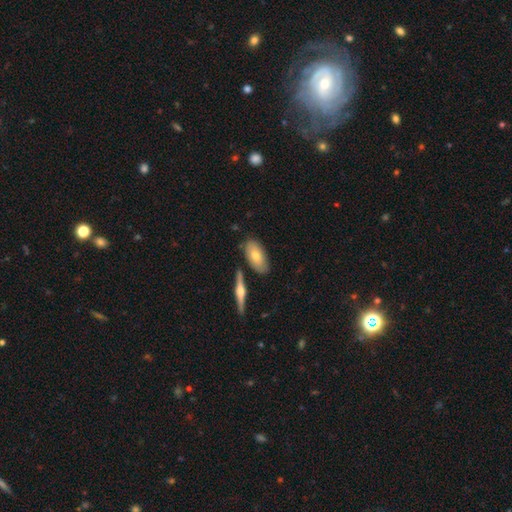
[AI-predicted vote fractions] smooth_or_featured: smooth (p=0.68) [alt: featured or disk p=0.27]
how_rounded: in between (p=0.89) [alt: cigar-shaped p=0.08]
merging: none (p=0.75) [alt: minor disturbance p=0.14]